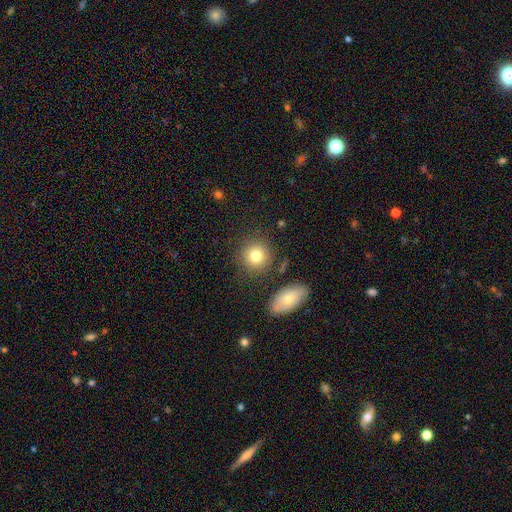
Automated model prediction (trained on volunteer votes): This appears to be a smooth galaxy with no disk features (79%) that is round (87%). Merging: none (80%).